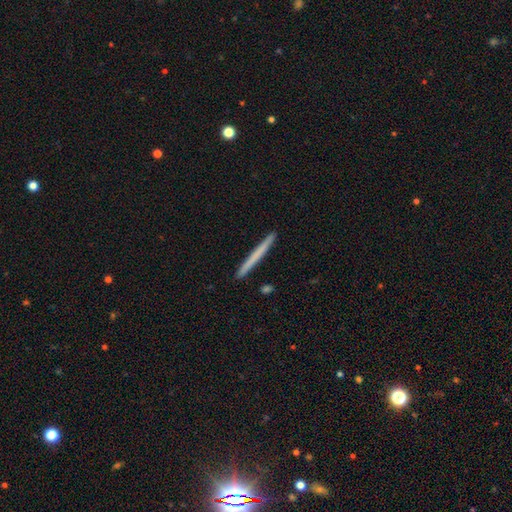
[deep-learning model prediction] Smooth or featured?
  - smooth: 62% *
  - featured or disk: 32%
  - star or artifact: 5%
How rounded?
  - cigar-shaped: 97% *
  - in between: 1%
  - round: 1%
Merging?
  - none: 93% *
  - minor disturbance: 5%
  - merger: 1%
  - major disturbance: 1%